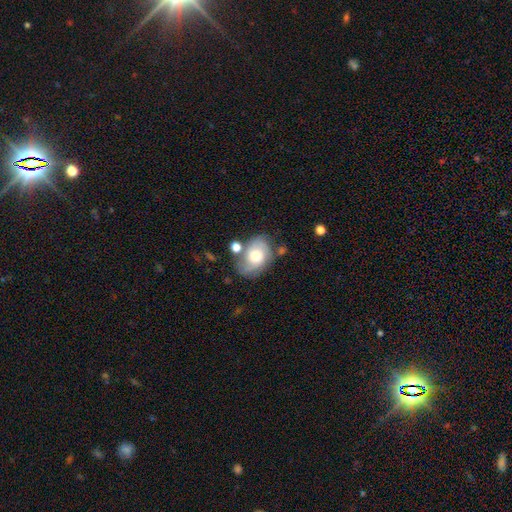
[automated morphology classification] A featured or disk galaxy (55%) with no bar (76%), spiral arms (80%) and a moderate central bulge (56%). Merging: none (54%).